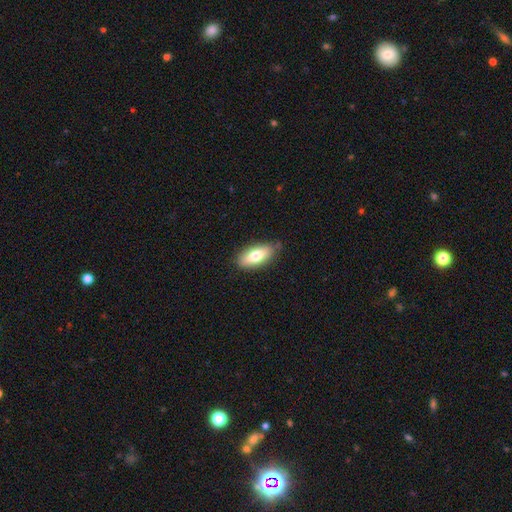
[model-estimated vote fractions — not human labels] smooth 73%, featured or disk 20%, star or artifact 6%. Down the decision tree: how rounded — in between (79%); merging — none (80%).